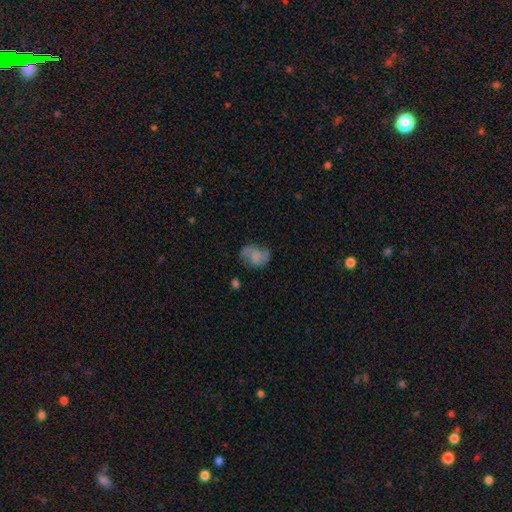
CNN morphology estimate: Overall: featured or disk (47%; smooth 44%). Merging: none (56%; minor disturbance 25%).